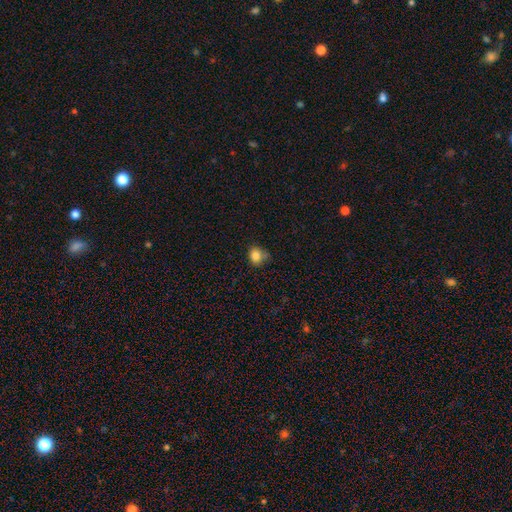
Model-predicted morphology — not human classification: Smooth or featured?
  - smooth: 83% *
  - star or artifact: 11%
  - featured or disk: 6%
How rounded?
  - round: 66% *
  - in between: 33%
  - cigar-shaped: 1%
Merging?
  - none: 63% *
  - minor disturbance: 25%
  - merger: 7%
  - major disturbance: 6%